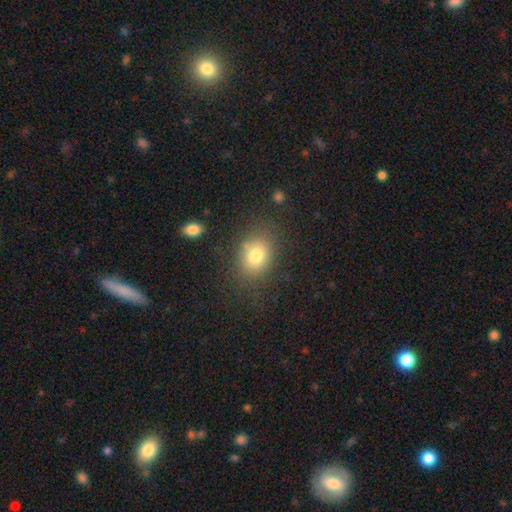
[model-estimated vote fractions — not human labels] Q: Smooth or featured?
A: smooth (78%); runner-up: star or artifact (11%)
Q: How rounded?
A: in between (60%); runner-up: round (39%)
Q: Merging?
A: none (76%); runner-up: minor disturbance (15%)